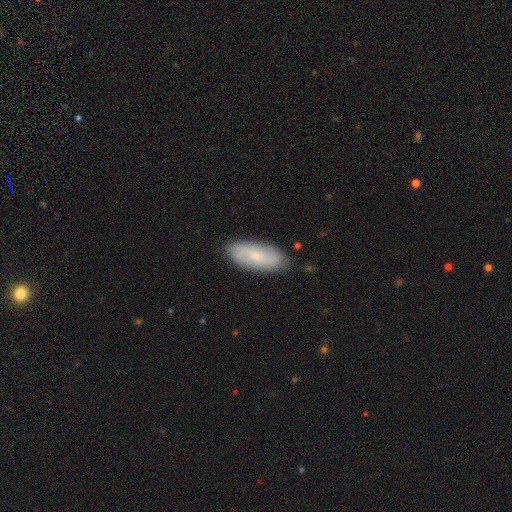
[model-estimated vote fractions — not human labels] Smooth or featured?
  - smooth: 65% *
  - featured or disk: 28%
  - star or artifact: 7%
How rounded?
  - in between: 78% *
  - cigar-shaped: 20%
  - round: 2%
Merging?
  - none: 85% *
  - minor disturbance: 12%
  - major disturbance: 2%
  - merger: 1%